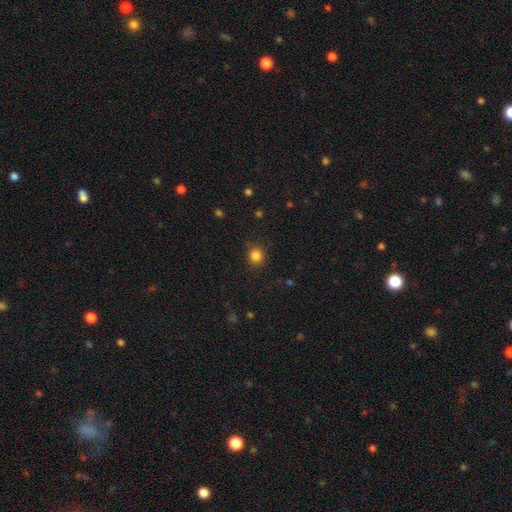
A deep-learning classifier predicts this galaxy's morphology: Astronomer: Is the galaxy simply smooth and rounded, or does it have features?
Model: smooth — 84%.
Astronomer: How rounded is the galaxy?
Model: round — 89%.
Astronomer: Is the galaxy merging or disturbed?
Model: none — 85%.